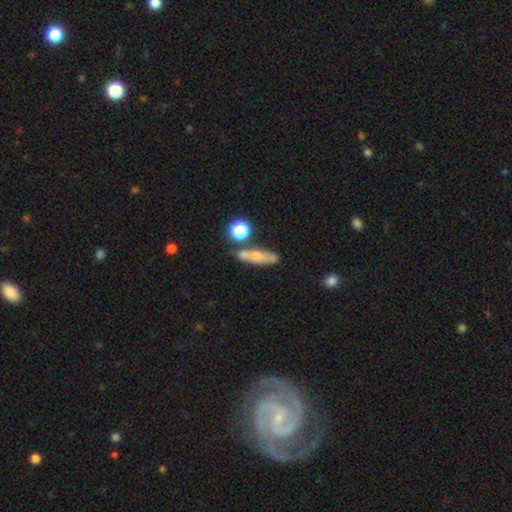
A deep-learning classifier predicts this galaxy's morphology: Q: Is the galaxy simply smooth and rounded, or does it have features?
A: smooth — 59%.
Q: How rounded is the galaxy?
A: cigar-shaped — 50%.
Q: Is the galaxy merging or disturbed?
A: none — 57%.